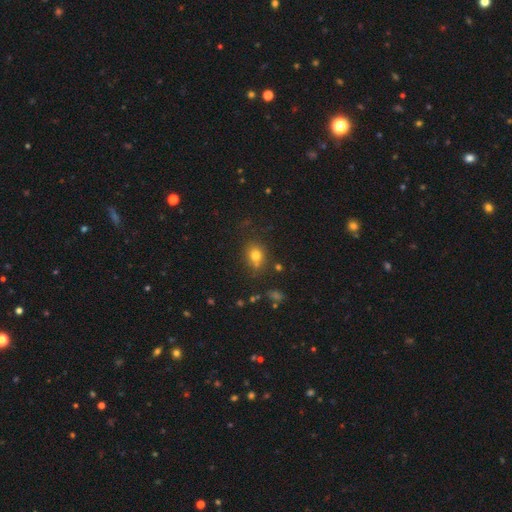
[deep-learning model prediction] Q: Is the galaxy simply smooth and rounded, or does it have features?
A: smooth — 77%.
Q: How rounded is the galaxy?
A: round — 61%.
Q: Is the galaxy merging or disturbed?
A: none — 70%.